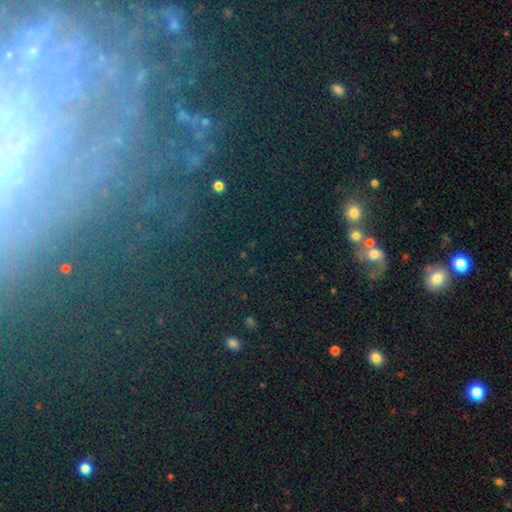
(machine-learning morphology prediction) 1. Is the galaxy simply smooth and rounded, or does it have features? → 49% star or artifact, 30% featured or disk, 21% smooth.